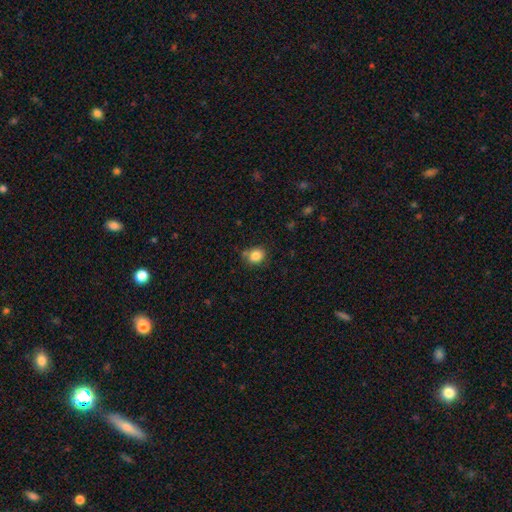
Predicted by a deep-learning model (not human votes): Smooth or featured?
  - smooth: 84% *
  - star or artifact: 10%
  - featured or disk: 6%
How rounded?
  - round: 72% *
  - in between: 27%
  - cigar-shaped: 1%
Merging?
  - none: 74% *
  - minor disturbance: 17%
  - merger: 6%
  - major disturbance: 4%